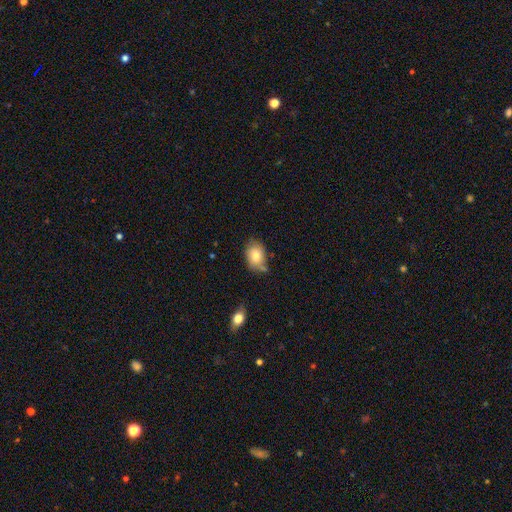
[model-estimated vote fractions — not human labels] Smooth or featured: smooth — 76% (featured or disk — 15%)
How rounded: in between — 72% (round — 27%)
Merging: none — 63% (minor disturbance — 24%)